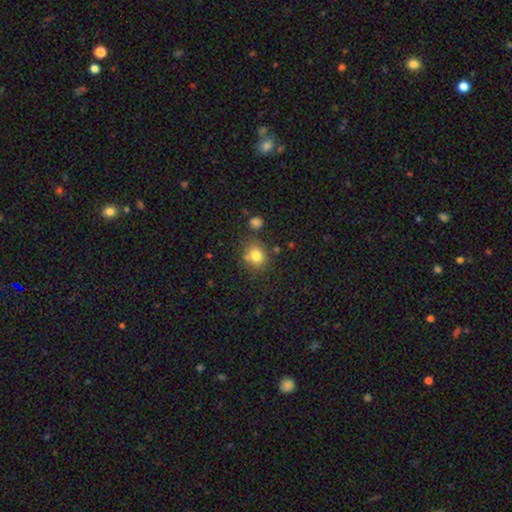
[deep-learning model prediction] The model was most divided on "how rounded": round: 72%, in between: 27%, cigar-shaped: 1%. More confident: smooth or featured — smooth (79%); merging — none (71%).